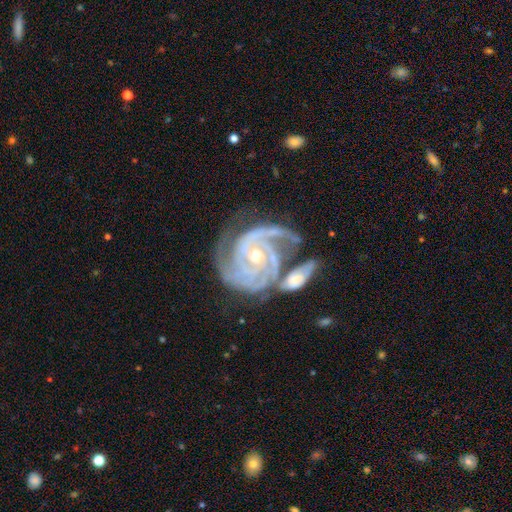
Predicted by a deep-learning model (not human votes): smooth-or-featured: featured or disk: 92% | star or artifact: 4% | smooth: 3%
  disk-edge-on: no: 98% | yes: 2%
    bar: no: 66% | weak: 24% | strong: 10%
    has-spiral-arms: yes: 99% | no: 1%
      spiral-winding: tight: 70% | medium: 26% | loose: 4%
      spiral-arm-count: 3: 39% | 4: 20% | 2: 18% | can't tell: 10% | more than 4: 6% | 1: 6%
    bulge-size: small: 58% | moderate: 40% | large: 1% | none: 1% | dominant: 1%
  merging: none: 42% | merger: 24% | minor disturbance: 21% | major disturbance: 13%